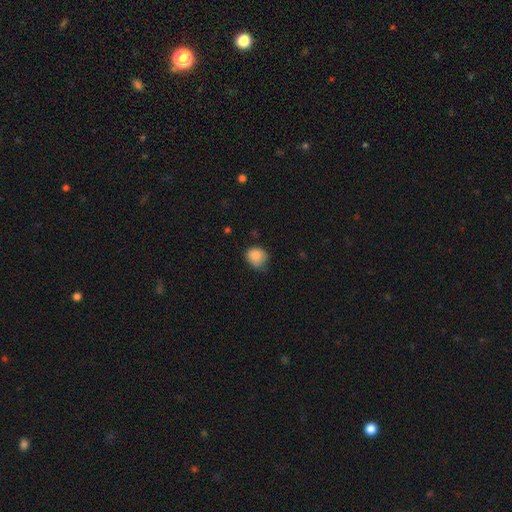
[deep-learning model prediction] A smooth galaxy with no disk features (85%) that is round (69%). Merging: none (55%).